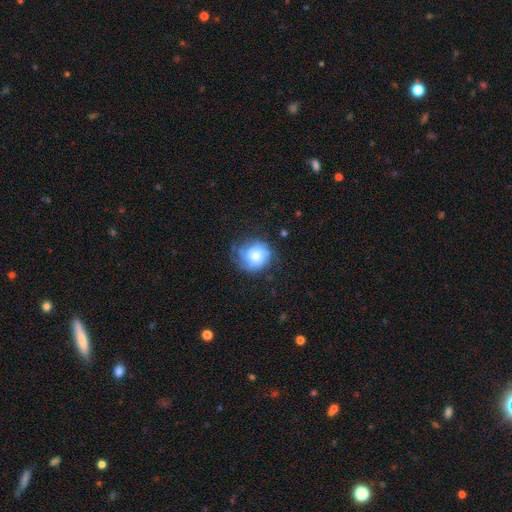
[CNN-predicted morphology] This is possibly a smooth galaxy (48%). Merging: likely none (63%).